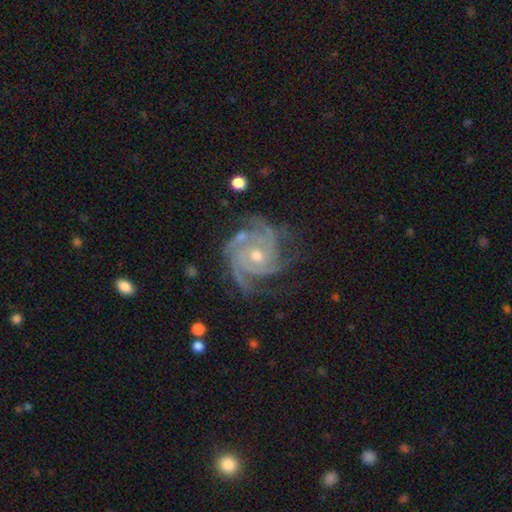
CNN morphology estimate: The model was most divided on "spiral arm count": 4: 34%, 3: 31%, can't tell: 12%, more than 4: 9%, 2: 8%, 1: 6%. More confident: spiral arms — yes (98%); edge-on disk — no (98%); smooth or featured — featured or disk (91%); bar — no (75%); merging — none (69%); spiral winding — tight (69%); bulge size — moderate (56%).